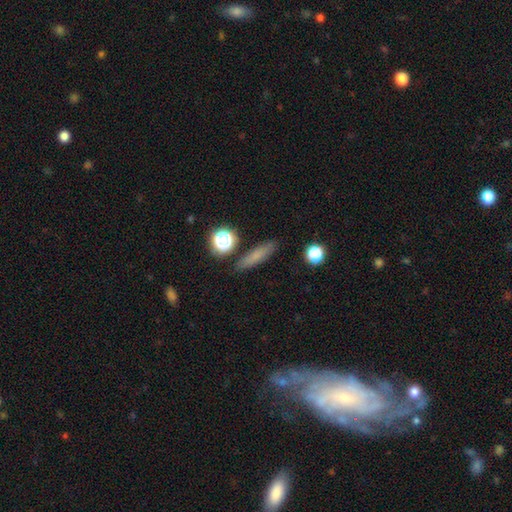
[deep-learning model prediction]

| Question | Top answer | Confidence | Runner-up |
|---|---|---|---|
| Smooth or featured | smooth | 71% | featured or disk (17%) |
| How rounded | cigar-shaped | 71% | in between (20%) |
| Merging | none | 85% | minor disturbance (9%) |